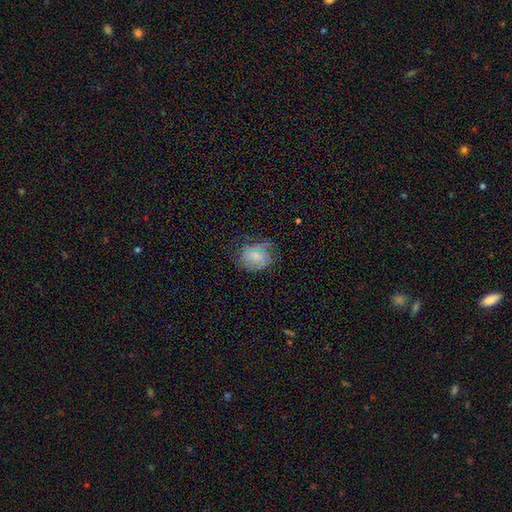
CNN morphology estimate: Smooth or featured?
  - featured or disk: 50% *
  - smooth: 40%
  - star or artifact: 10%
Merging?
  - none: 57% *
  - minor disturbance: 24%
  - major disturbance: 17%
  - merger: 2%